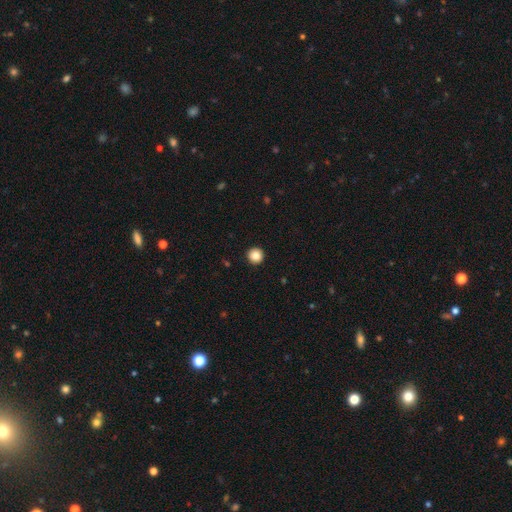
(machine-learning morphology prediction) Smooth or featured: smooth — 86% (star or artifact — 10%)
How rounded: round — 96% (in between — 3%)
Merging: none — 94% (minor disturbance — 4%)